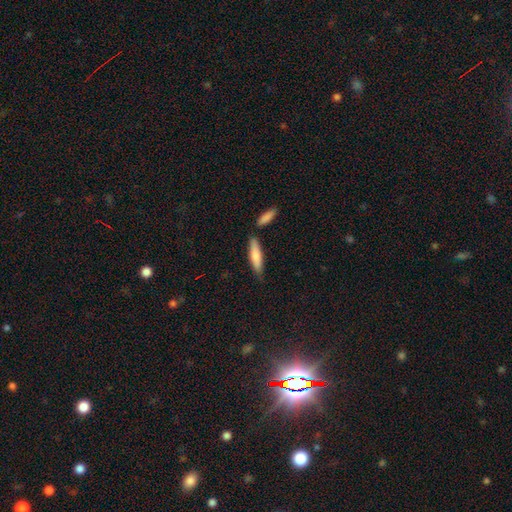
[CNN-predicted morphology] Smooth or featured? smooth (75%)
How rounded? cigar-shaped (76%)
Merging? none (75%)